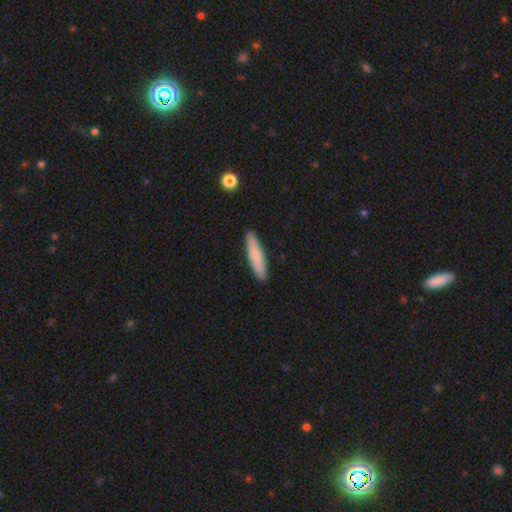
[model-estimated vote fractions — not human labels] A smooth galaxy with no disk features (79%) that is cigar-shaped (84%).

Vote fractions:
- Smooth or featured? smooth: 79% / featured or disk: 16% / star or artifact: 6%
- How rounded? cigar-shaped: 84% / in between: 15% / round: 1%
- Merging? none: 91% / minor disturbance: 7% / major disturbance: 1% / merger: 1%